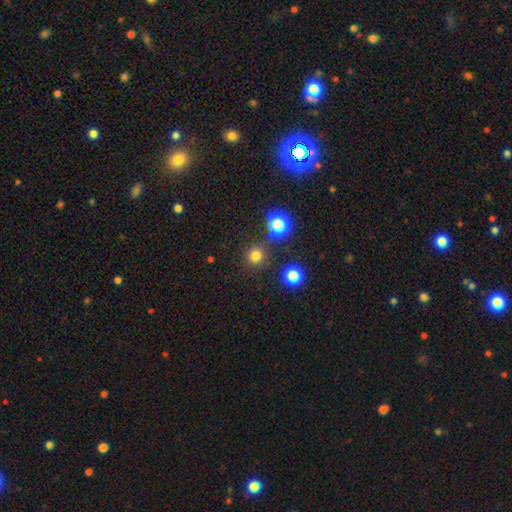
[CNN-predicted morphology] Smooth or featured? Predicted: smooth (p=0.74). How rounded? Predicted: round (p=0.95). Merging? Predicted: none (p=0.84).